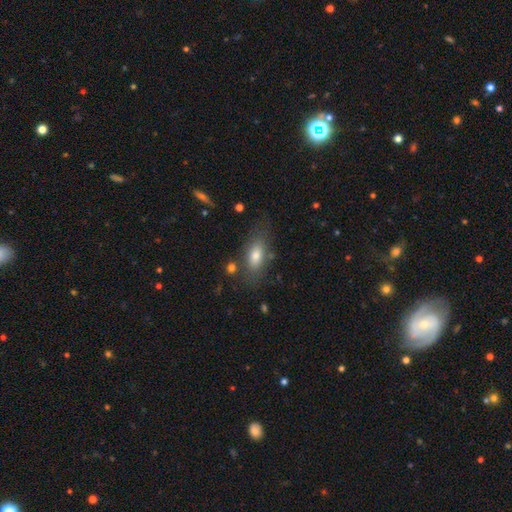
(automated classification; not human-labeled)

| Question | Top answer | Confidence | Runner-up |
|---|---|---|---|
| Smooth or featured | smooth | 73% | featured or disk (17%) |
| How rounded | in between | 80% | cigar-shaped (14%) |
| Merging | none | 72% | minor disturbance (17%) |